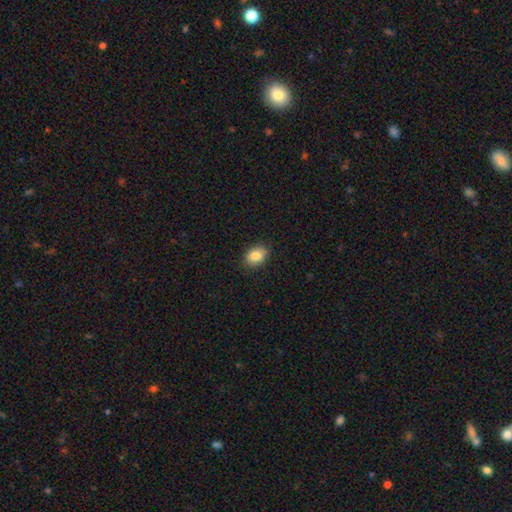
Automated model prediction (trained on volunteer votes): Smooth or featured?
  - smooth: 84% *
  - star or artifact: 8%
  - featured or disk: 7%
How rounded?
  - in between: 70% *
  - round: 29%
  - cigar-shaped: 1%
Merging?
  - none: 87% *
  - minor disturbance: 10%
  - major disturbance: 2%
  - merger: 1%